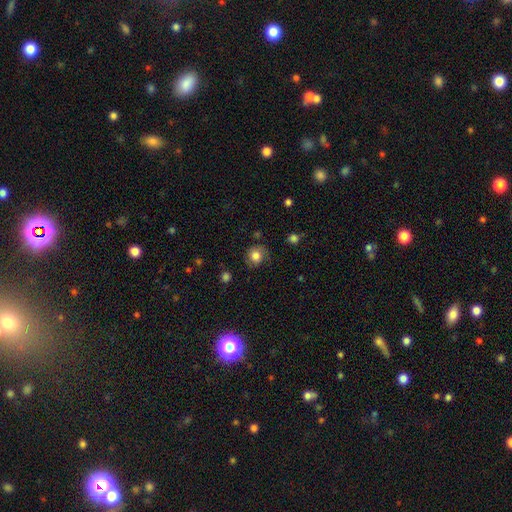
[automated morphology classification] This appears to be a smooth galaxy with no disk features (75%) that is round (79%). Merging: none (69%).